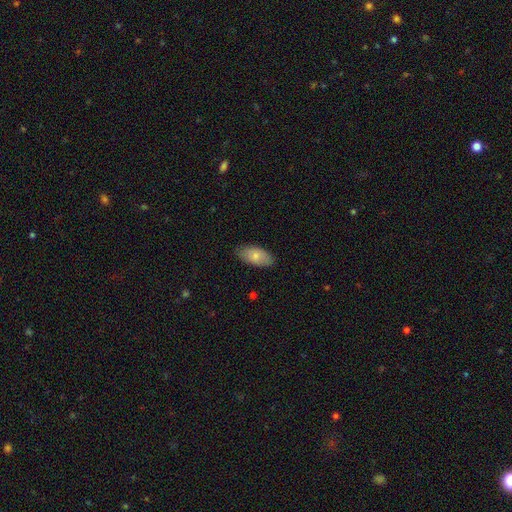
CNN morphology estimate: This appears to be a smooth galaxy with no disk features (78%) that is in between round and cigar-shaped (93%). Merging: none (82%).